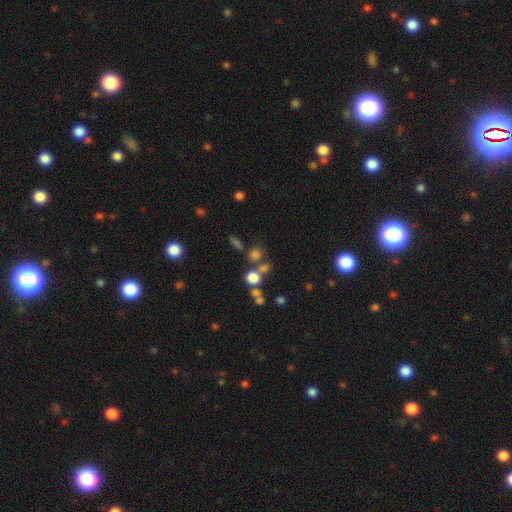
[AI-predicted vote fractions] smooth-or-featured: smooth: 54% | star or artifact: 35% | featured or disk: 12%
  how-rounded: round: 76% | in between: 21% | cigar-shaped: 2%
  merging: none: 59% | merger: 27% | minor disturbance: 9% | major disturbance: 6%